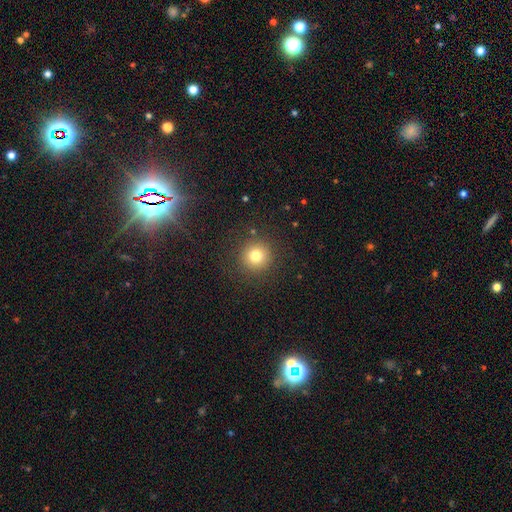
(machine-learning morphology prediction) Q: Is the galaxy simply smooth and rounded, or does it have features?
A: smooth — 78%.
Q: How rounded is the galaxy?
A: round — 94%.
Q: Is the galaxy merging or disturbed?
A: none — 89%.